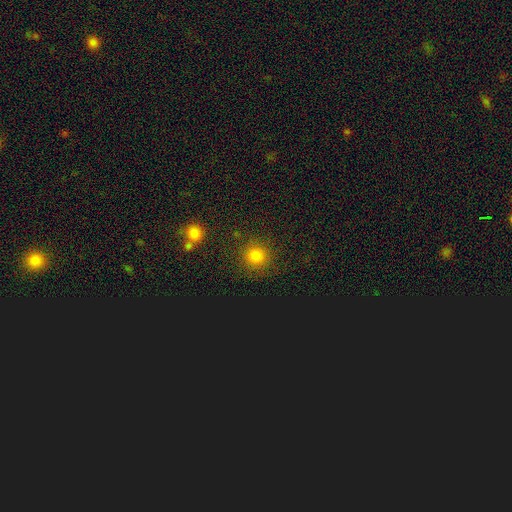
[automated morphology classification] Smooth or featured? smooth (78%)
How rounded? round (93%)
Merging? none (87%)